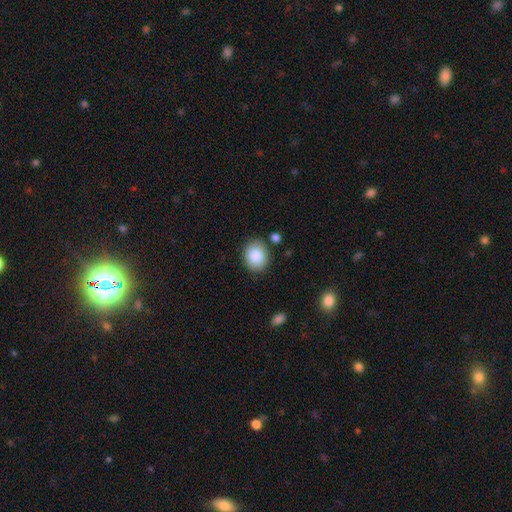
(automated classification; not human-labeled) This appears to be a smooth galaxy with no disk features (86%) that is round (62%). Merging: none (83%).